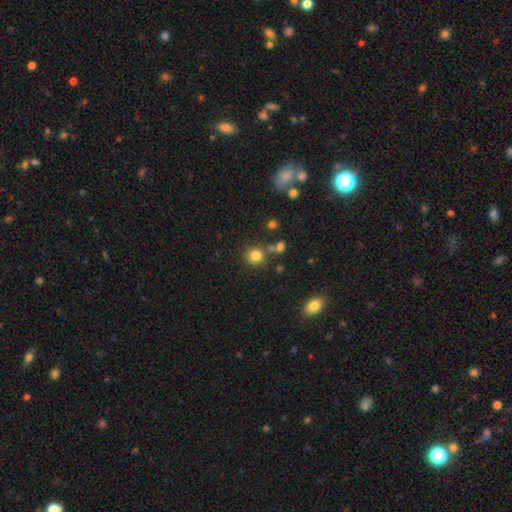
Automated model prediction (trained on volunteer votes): Smooth or featured? Predicted: smooth (p=0.81). How rounded? Predicted: round (p=0.91). Merging? Predicted: none (p=0.77).